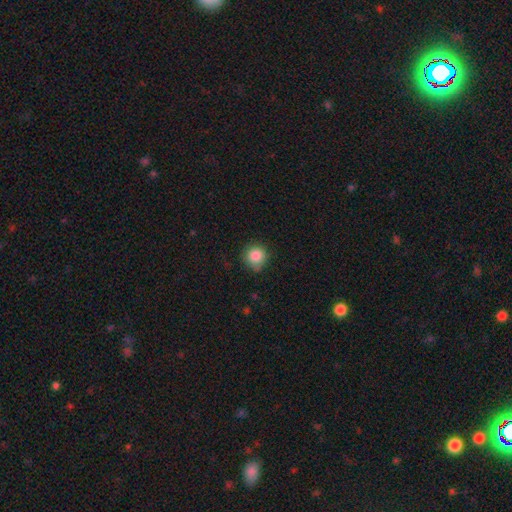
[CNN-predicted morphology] Overall: smooth (87%). How rounded: round (91%). Merging: none (75%).